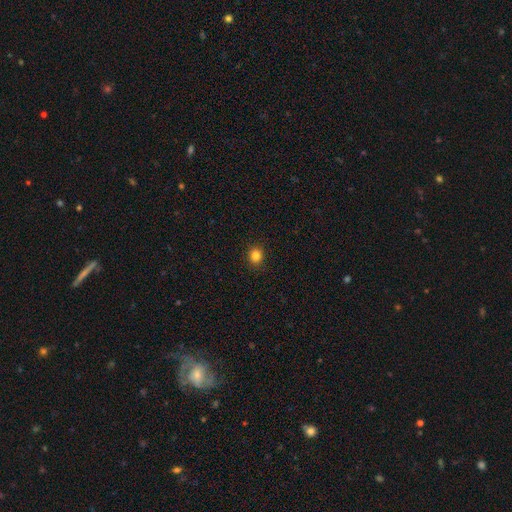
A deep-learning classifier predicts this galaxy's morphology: Smooth or featured: smooth — 84% (star or artifact — 12%)
How rounded: round — 79% (in between — 20%)
Merging: none — 90% (minor disturbance — 7%)